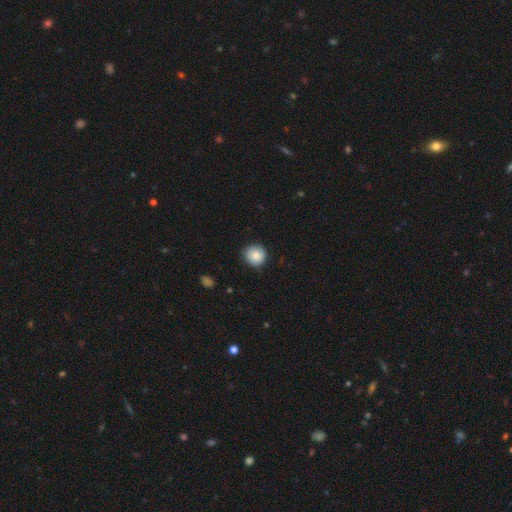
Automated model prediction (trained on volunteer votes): A smooth galaxy with no disk features (85%) that is round (93%). Merging: none (83%).